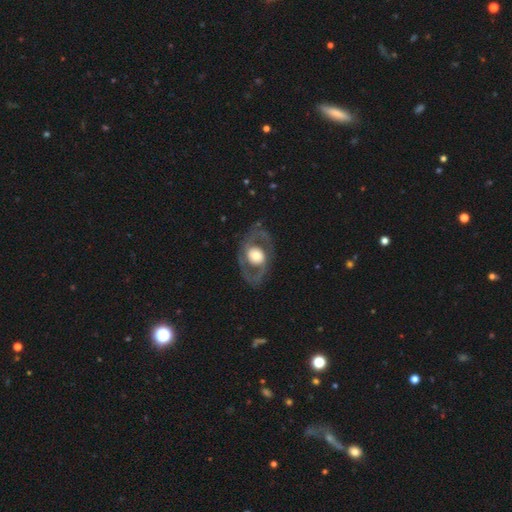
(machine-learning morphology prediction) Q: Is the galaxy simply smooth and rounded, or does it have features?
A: featured or disk — 75%.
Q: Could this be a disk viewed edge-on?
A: no — 95%.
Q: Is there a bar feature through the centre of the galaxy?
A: no — 73%.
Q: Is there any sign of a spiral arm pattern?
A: yes — 62%.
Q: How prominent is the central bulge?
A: moderate — 44%.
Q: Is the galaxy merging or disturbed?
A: none — 76%.